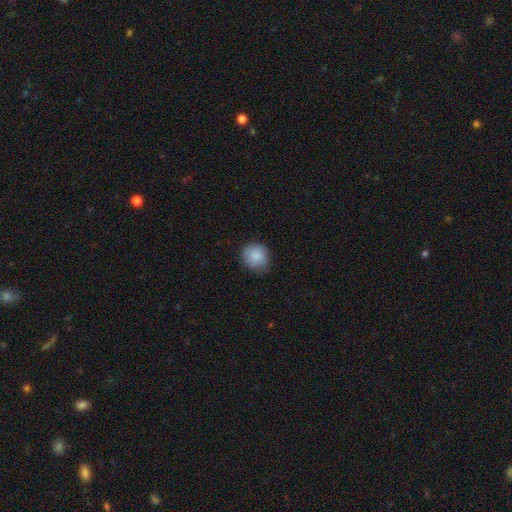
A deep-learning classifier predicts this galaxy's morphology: A smooth galaxy with no disk features (86%) that is round (85%).

Vote fractions:
- Smooth or featured? smooth: 86% / featured or disk: 7% / star or artifact: 7%
- How rounded? round: 85% / in between: 14% / cigar-shaped: 1%
- Merging? none: 79% / minor disturbance: 17% / major disturbance: 4% / merger: 1%